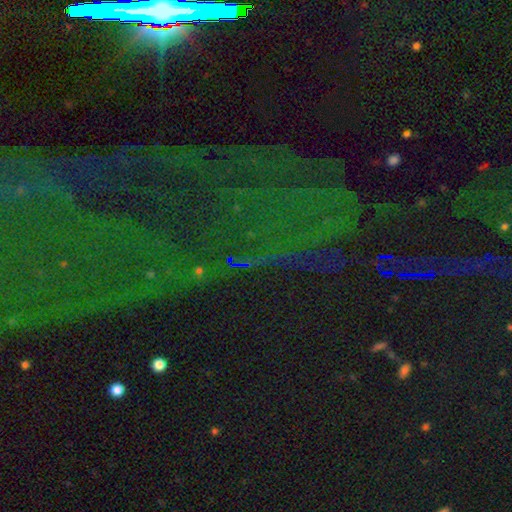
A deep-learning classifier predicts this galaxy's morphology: Overall: star or artifact (83%).